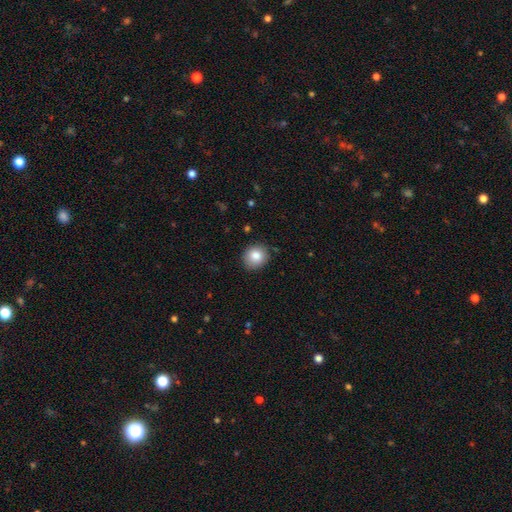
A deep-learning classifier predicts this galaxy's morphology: Q: Smooth or featured?
A: smooth (85%); runner-up: star or artifact (9%)
Q: How rounded?
A: round (82%); runner-up: in between (17%)
Q: Merging?
A: none (86%); runner-up: minor disturbance (11%)